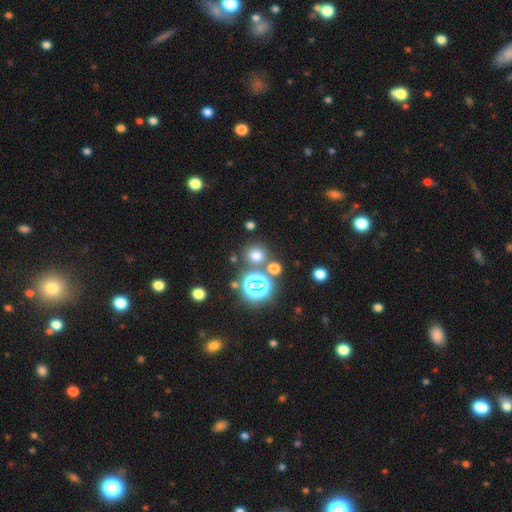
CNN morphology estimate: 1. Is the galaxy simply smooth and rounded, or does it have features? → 64% smooth, 29% star or artifact, 7% featured or disk.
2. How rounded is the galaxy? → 87% round, 12% in between, 1% cigar-shaped.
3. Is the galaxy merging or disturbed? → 77% none, 12% merger, 8% minor disturbance, 4% major disturbance.